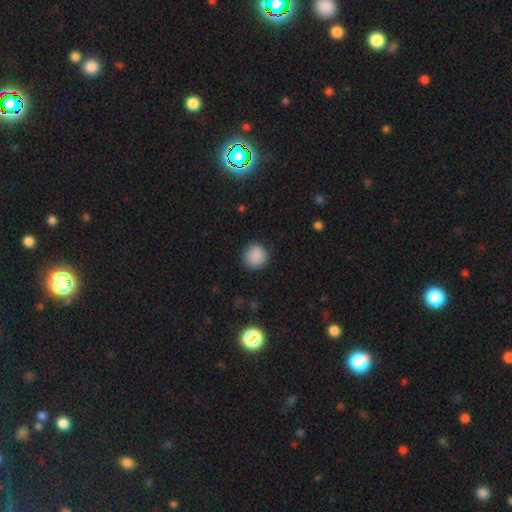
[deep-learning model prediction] A smooth galaxy with no disk features (88%) that is round (92%). Merging: none (88%).